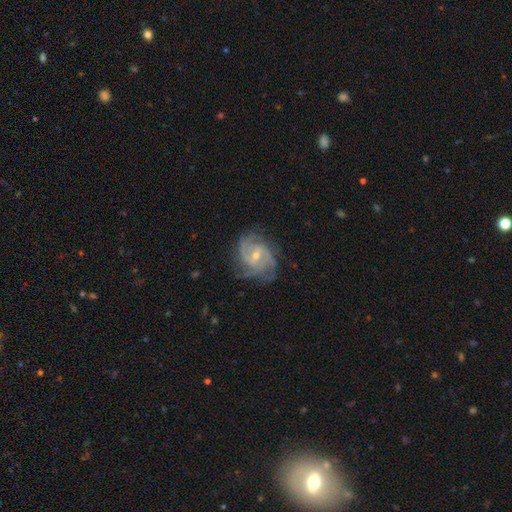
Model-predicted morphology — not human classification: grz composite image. It shows a featured or disk galaxy (88%) with a weak bar (47%), 2 (35%) tight (47%) spiral arms (97%) and a small central bulge (53%). Merging: none (70%).